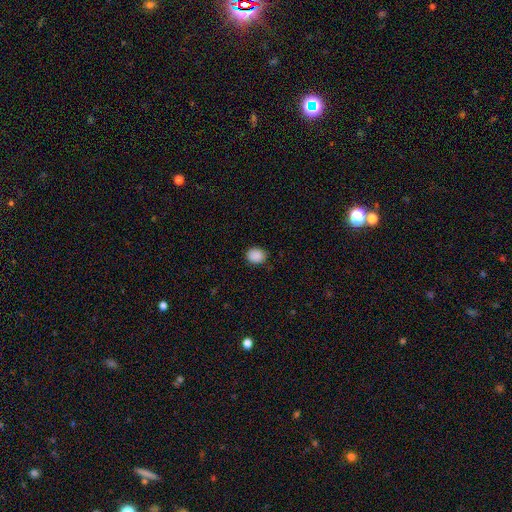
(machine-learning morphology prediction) smooth-or-featured: smooth: 89% | star or artifact: 8% | featured or disk: 2%
  how-rounded: round: 62% | in between: 37% | cigar-shaped: 1%
  merging: none: 86% | minor disturbance: 11% | major disturbance: 2% | merger: 1%